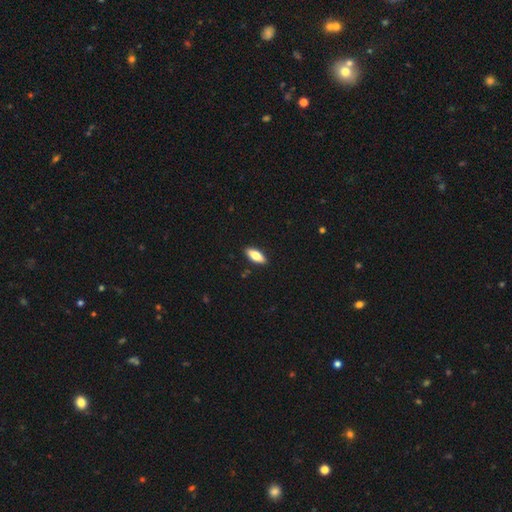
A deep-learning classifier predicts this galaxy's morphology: A smooth galaxy with no disk features (75%) that is in between round and cigar-shaped (72%).

Vote fractions:
- Smooth or featured? smooth: 75% / featured or disk: 19% / star or artifact: 6%
- How rounded? in between: 72% / cigar-shaped: 26% / round: 2%
- Merging? none: 90% / minor disturbance: 8% / major disturbance: 2% / merger: 1%